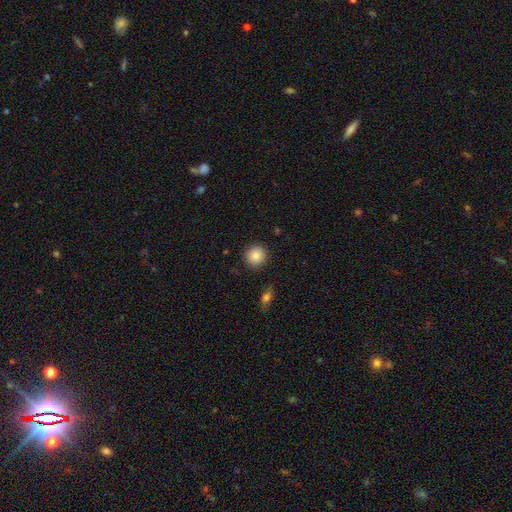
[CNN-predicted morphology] Q: Smooth or featured?
A: smooth (87%); runner-up: star or artifact (9%)
Q: How rounded?
A: round (92%); runner-up: in between (7%)
Q: Merging?
A: none (90%); runner-up: minor disturbance (6%)